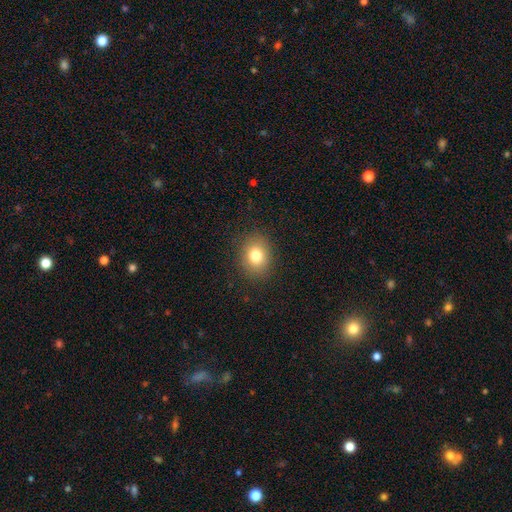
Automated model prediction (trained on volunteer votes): Smooth or featured?
  - smooth: 79% *
  - star or artifact: 11%
  - featured or disk: 10%
How rounded?
  - round: 55% *
  - in between: 44%
  - cigar-shaped: 1%
Merging?
  - none: 88% *
  - minor disturbance: 8%
  - major disturbance: 3%
  - merger: 1%